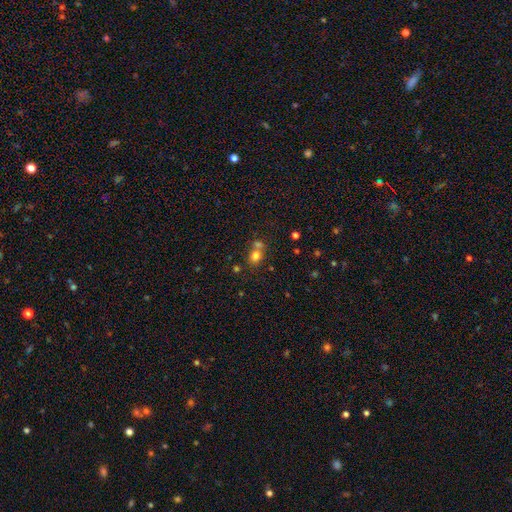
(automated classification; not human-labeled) smooth_or_featured: smooth (p=0.75) [alt: star or artifact p=0.15]
how_rounded: round (p=0.65) [alt: in between p=0.34]
merging: none (p=0.48) [alt: merger p=0.40]